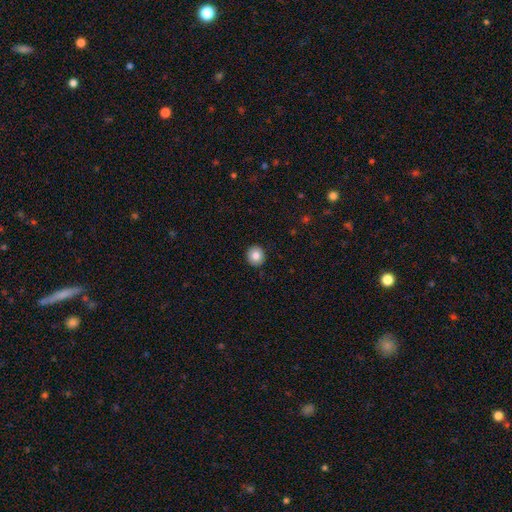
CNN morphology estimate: smooth_or_featured: smooth (p=0.82) [alt: featured or disk p=0.09]
how_rounded: round (p=0.88) [alt: in between p=0.11]
merging: none (p=0.92) [alt: minor disturbance p=0.05]